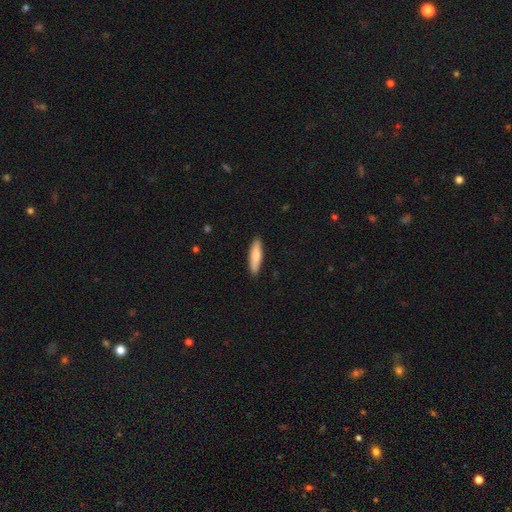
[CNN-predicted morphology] type=smooth (79%); roundness=cigar-shaped (73%); merging=none (88%).